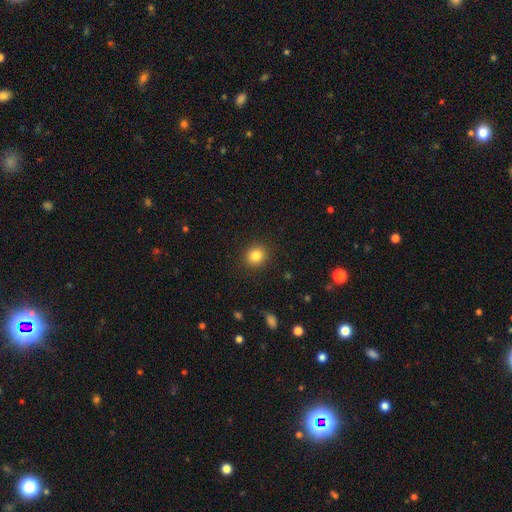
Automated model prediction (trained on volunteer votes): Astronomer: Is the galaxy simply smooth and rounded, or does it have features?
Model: smooth — 84%.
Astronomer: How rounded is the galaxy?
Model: round — 80%.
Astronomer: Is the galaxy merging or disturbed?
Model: none — 90%.